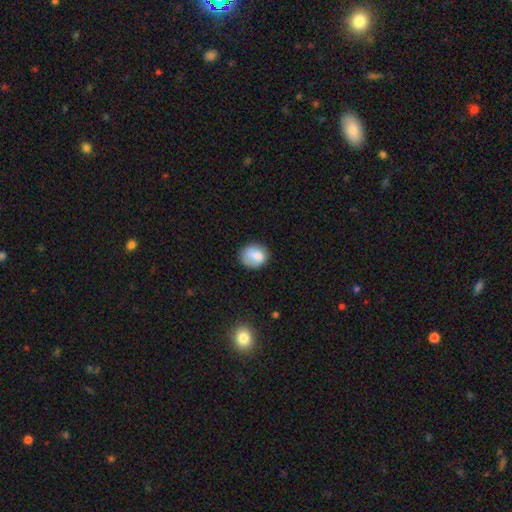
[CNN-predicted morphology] Smooth or featured?
  - smooth: 78% *
  - featured or disk: 14%
  - star or artifact: 8%
How rounded?
  - round: 65% *
  - in between: 34%
  - cigar-shaped: 1%
Merging?
  - none: 70% *
  - minor disturbance: 21%
  - major disturbance: 7%
  - merger: 3%